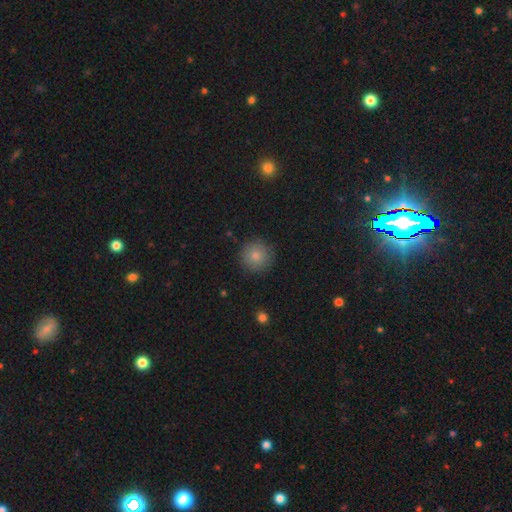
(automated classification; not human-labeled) A smooth galaxy with no disk features (84%) that is round (95%).

Vote fractions:
- Smooth or featured? smooth: 84% / star or artifact: 9% / featured or disk: 7%
- How rounded? round: 95% / in between: 4% / cigar-shaped: 1%
- Merging? none: 89% / minor disturbance: 7% / major disturbance: 2% / merger: 1%